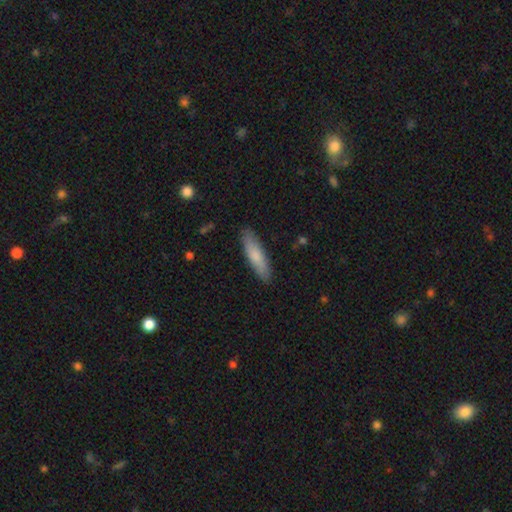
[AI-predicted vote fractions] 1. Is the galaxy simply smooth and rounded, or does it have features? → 78% smooth, 17% featured or disk, 5% star or artifact.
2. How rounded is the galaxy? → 71% cigar-shaped, 27% in between, 1% round.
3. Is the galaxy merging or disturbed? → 87% none, 10% minor disturbance, 2% major disturbance, 1% merger.